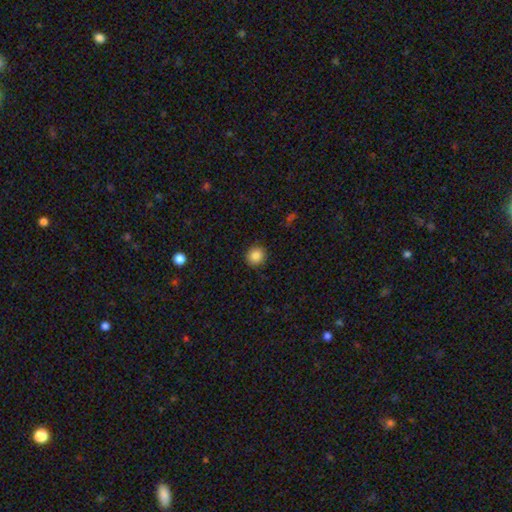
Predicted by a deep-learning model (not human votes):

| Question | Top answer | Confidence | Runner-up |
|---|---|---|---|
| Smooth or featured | smooth | 86% | star or artifact (10%) |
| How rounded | round | 90% | in between (9%) |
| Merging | none | 90% | minor disturbance (7%) |